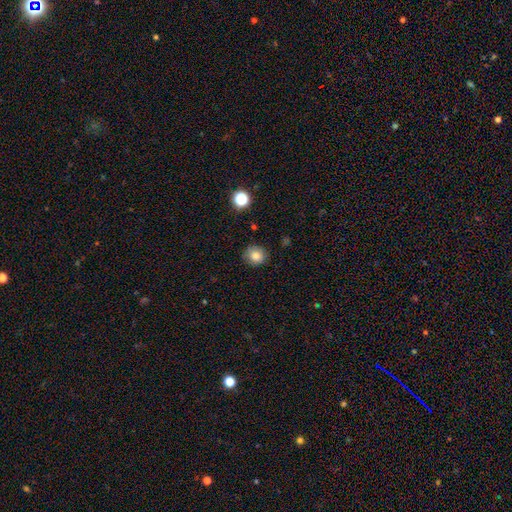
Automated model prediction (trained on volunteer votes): Overall: smooth (81%). How rounded: round (85%). Merging: none (84%).